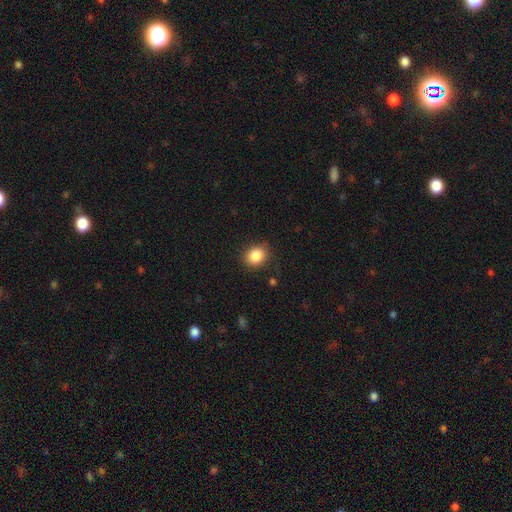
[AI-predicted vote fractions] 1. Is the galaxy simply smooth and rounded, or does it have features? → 86% smooth, 10% star or artifact, 4% featured or disk.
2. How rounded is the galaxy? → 69% round, 30% in between, 1% cigar-shaped.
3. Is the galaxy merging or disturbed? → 87% none, 9% minor disturbance, 3% major disturbance, 1% merger.